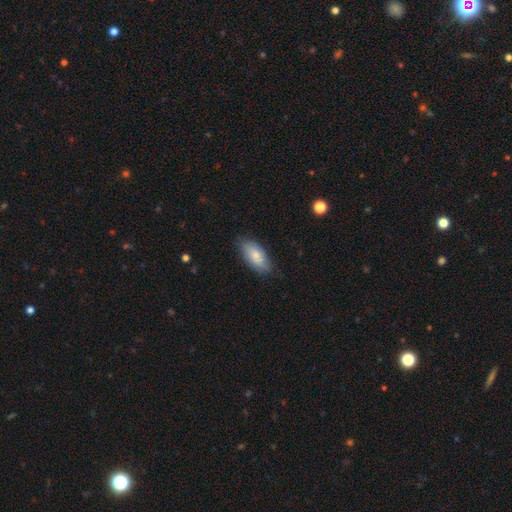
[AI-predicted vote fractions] Smooth or featured? smooth (78%)
How rounded? in between (90%)
Merging? none (77%)